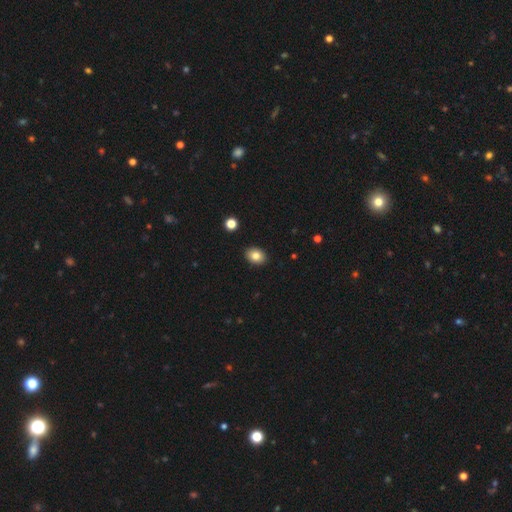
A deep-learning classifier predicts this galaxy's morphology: Smooth or featured?
  - smooth: 83% *
  - star or artifact: 9%
  - featured or disk: 8%
How rounded?
  - in between: 66% *
  - round: 33%
  - cigar-shaped: 1%
Merging?
  - none: 90% *
  - minor disturbance: 7%
  - major disturbance: 2%
  - merger: 1%